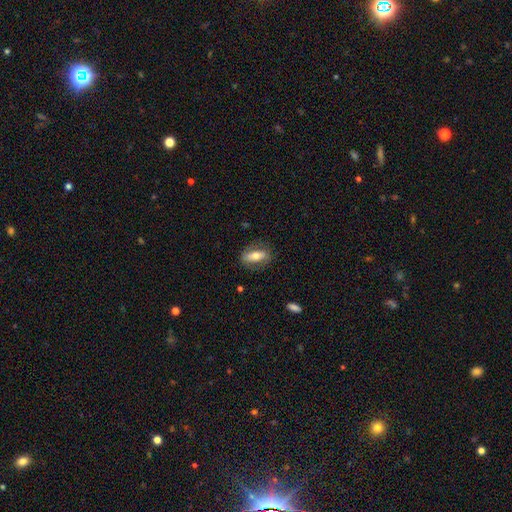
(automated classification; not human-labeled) A smooth galaxy with no disk features (54%) that is in between round and cigar-shaped (78%). Merging: none (77%).